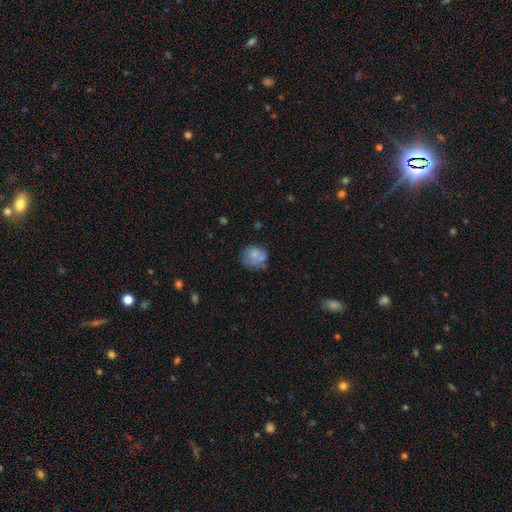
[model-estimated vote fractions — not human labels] The model was most divided on "merging": none: 48%, minor disturbance: 26%, major disturbance: 14%, merger: 12%. More confident: how rounded — round (72%); smooth or featured — smooth (64%).